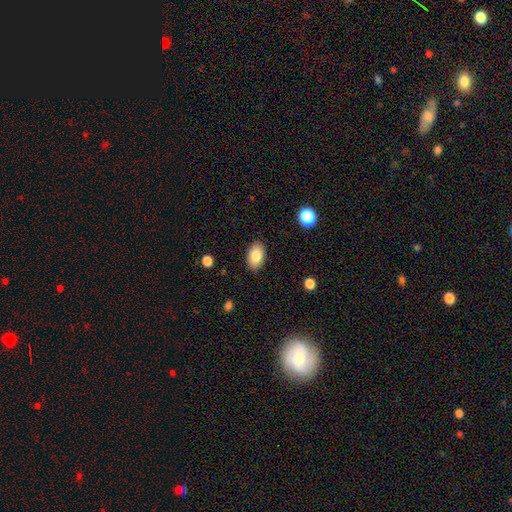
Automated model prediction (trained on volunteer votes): Smooth or featured: smooth — 84% (featured or disk — 9%)
How rounded: in between — 93% (round — 6%)
Merging: none — 88% (minor disturbance — 9%)